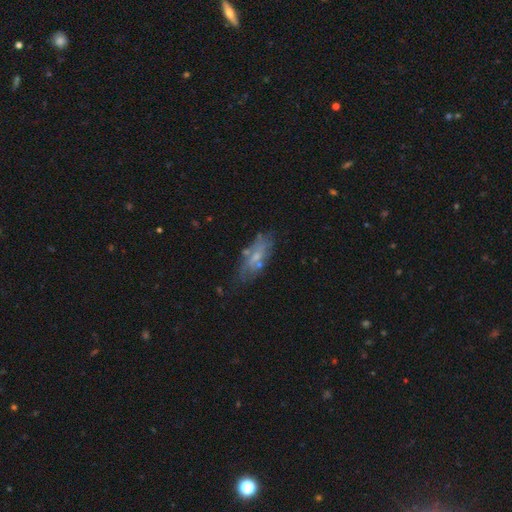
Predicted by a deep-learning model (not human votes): Smooth or featured: featured or disk — 48% (smooth — 43%)
Merging: none — 61% (minor disturbance — 23%)